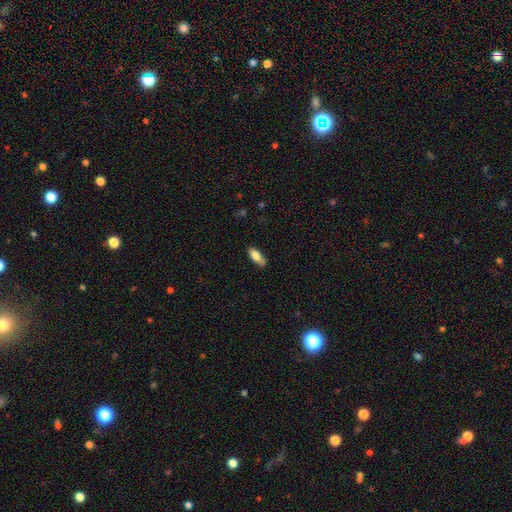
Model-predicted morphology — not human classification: A smooth galaxy with no disk features (74%) that is in between round and cigar-shaped (76%).

Vote fractions:
- Smooth or featured? smooth: 74% / featured or disk: 19% / star or artifact: 7%
- How rounded? in between: 76% / cigar-shaped: 21% / round: 3%
- Merging? none: 71% / minor disturbance: 21% / major disturbance: 4% / merger: 3%